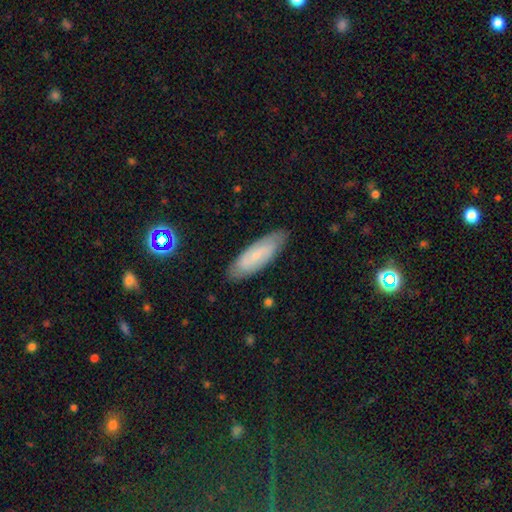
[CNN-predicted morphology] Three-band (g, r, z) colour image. It shows a smooth galaxy with no disk features (58%) that is in between round and cigar-shaped (57%). Merging: none (83%).